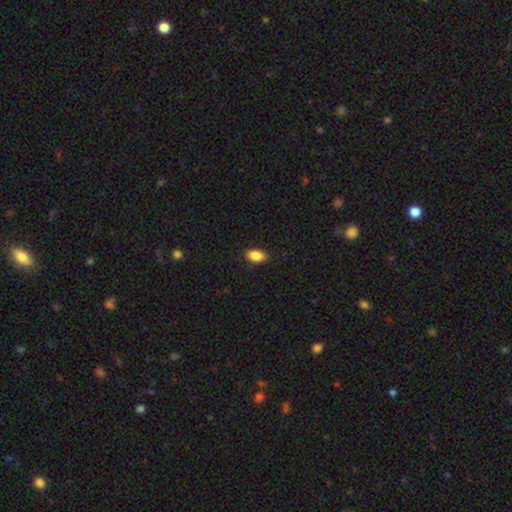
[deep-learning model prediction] smooth-or-featured: smooth: 87% | star or artifact: 8% | featured or disk: 5%
  how-rounded: in between: 91% | round: 6% | cigar-shaped: 4%
  merging: none: 87% | minor disturbance: 10% | major disturbance: 2% | merger: 1%